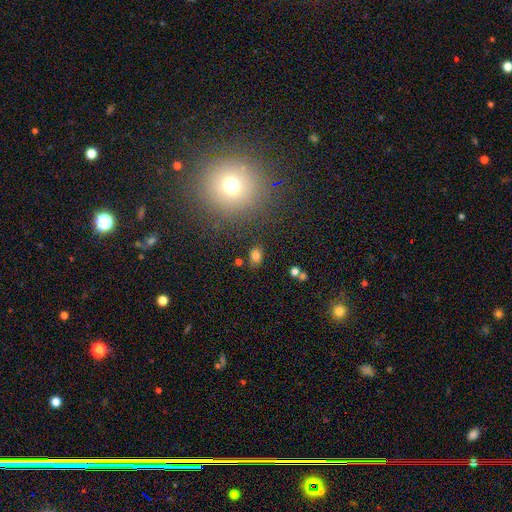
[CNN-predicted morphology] Q: Smooth or featured?
A: smooth (79%); runner-up: star or artifact (15%)
Q: How rounded?
A: in between (66%); runner-up: round (33%)
Q: Merging?
A: none (82%); runner-up: minor disturbance (11%)